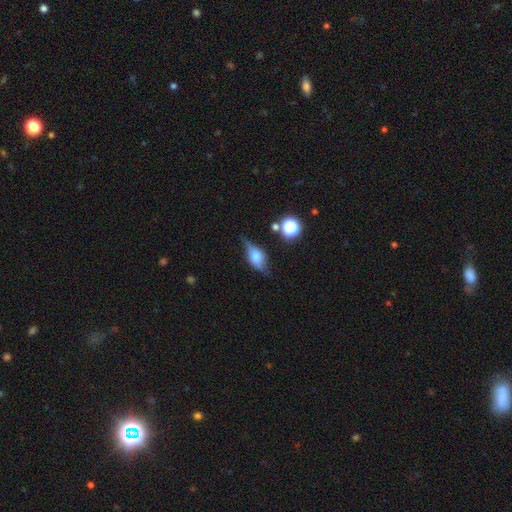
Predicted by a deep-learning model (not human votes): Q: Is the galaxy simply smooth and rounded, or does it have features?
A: featured or disk — 54%.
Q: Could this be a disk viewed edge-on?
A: yes — 82%.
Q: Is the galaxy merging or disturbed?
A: none — 66%.